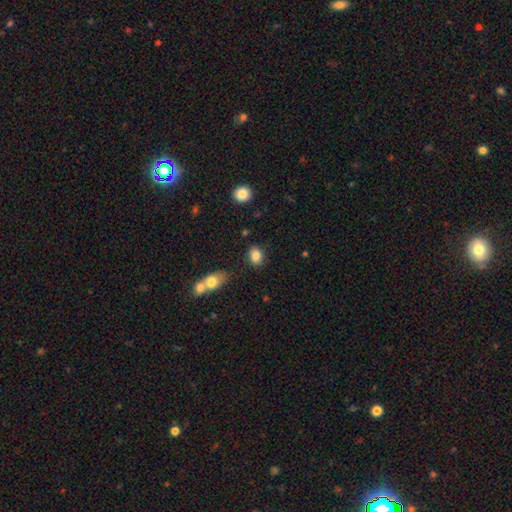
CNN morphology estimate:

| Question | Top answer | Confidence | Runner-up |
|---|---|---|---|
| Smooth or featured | smooth | 84% | star or artifact (9%) |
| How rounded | in between | 66% | round (33%) |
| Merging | none | 83% | minor disturbance (10%) |